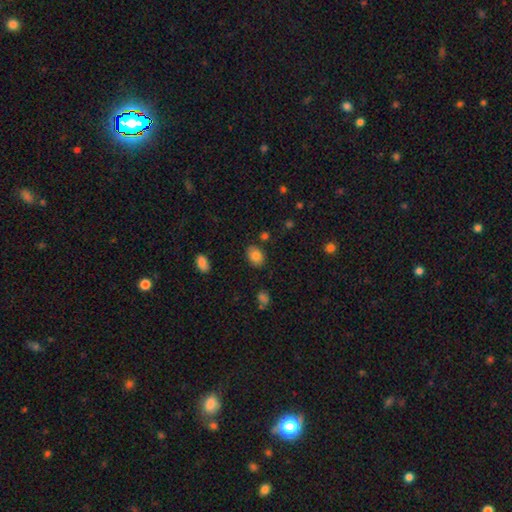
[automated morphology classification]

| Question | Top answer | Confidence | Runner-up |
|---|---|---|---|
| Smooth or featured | smooth | 83% | star or artifact (9%) |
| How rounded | in between | 75% | round (24%) |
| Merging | none | 82% | minor disturbance (12%) |